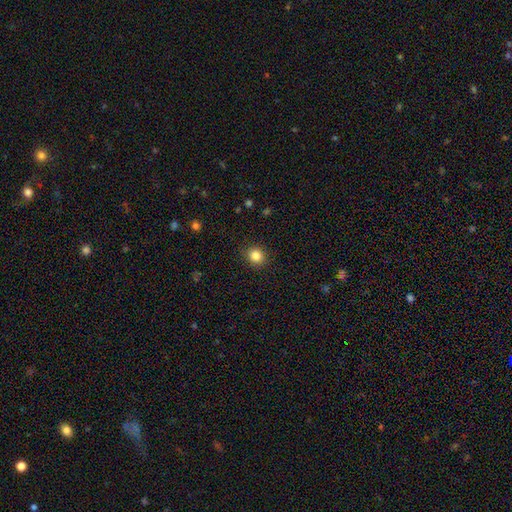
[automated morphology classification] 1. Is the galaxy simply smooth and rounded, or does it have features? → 85% smooth, 11% star or artifact, 4% featured or disk.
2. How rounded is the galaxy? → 84% round, 15% in between, 1% cigar-shaped.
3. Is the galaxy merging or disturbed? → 90% none, 7% minor disturbance, 2% major disturbance, 1% merger.